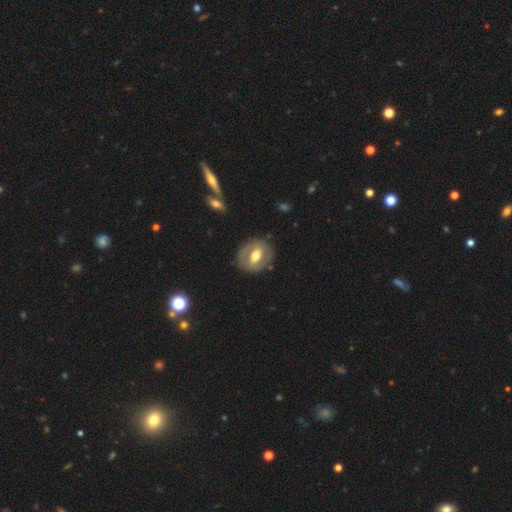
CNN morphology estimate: A featured or disk galaxy (61%) with a weak bar (37%), no spiral arms (61%) and a moderate central bulge (69%). Merging: none (81%).